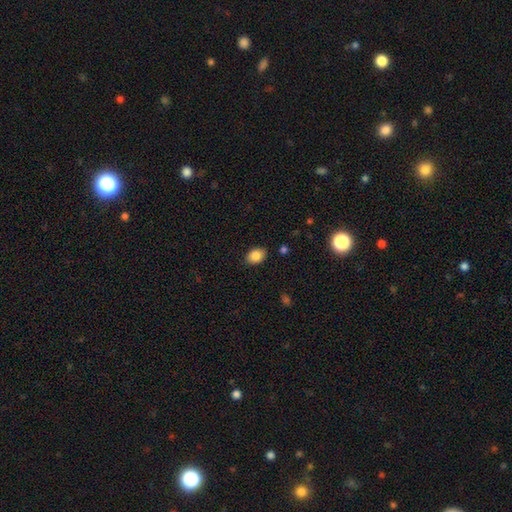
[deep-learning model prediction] Morphology: type=smooth (85%); roundness=in between (77%); merging=none (86%).